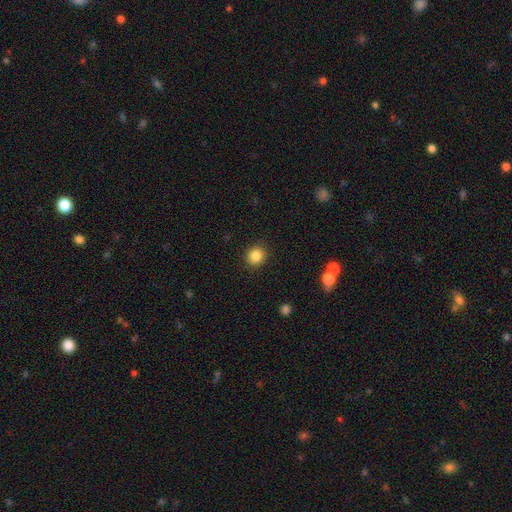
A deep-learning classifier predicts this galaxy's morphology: The model was most divided on "how rounded": round: 87%, in between: 13%, cigar-shaped: 1%. More confident: merging — none (91%); smooth or featured — smooth (86%).